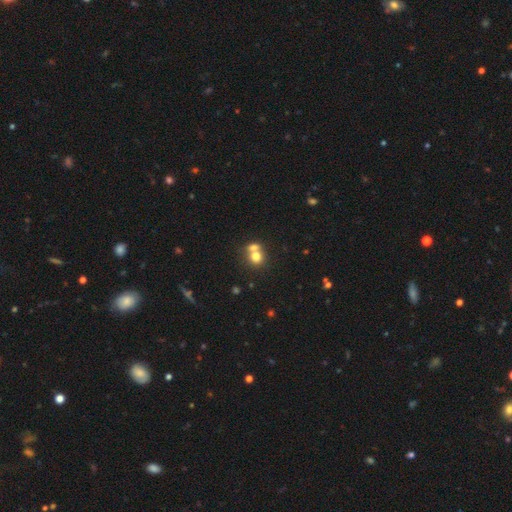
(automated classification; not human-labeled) smooth_or_featured: smooth (p=0.73) [alt: featured or disk p=0.15]
how_rounded: round (p=0.76) [alt: in between p=0.23]
merging: merger (p=0.53) [alt: none p=0.37]